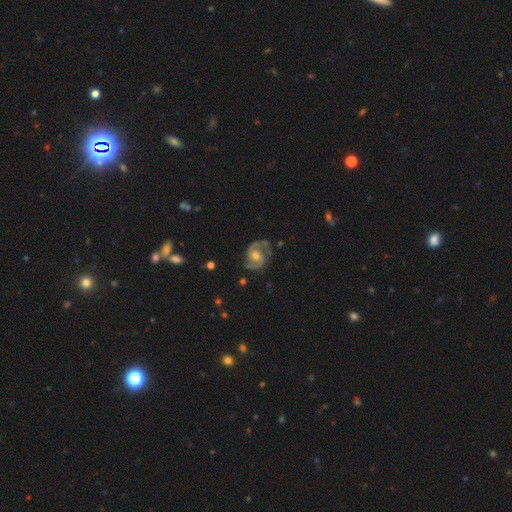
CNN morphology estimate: This is clearly a featured or disk galaxy (86%). It is clearly not viewed edge-on (98%). Bar: possibly no (56%). Spiral arm pattern: clearly yes (96%). Spiral arm count: clearly 2 (90%). Spiral winding: possibly medium (53%). Central bulge: likely moderate (65%). Merging: likely none (73%).